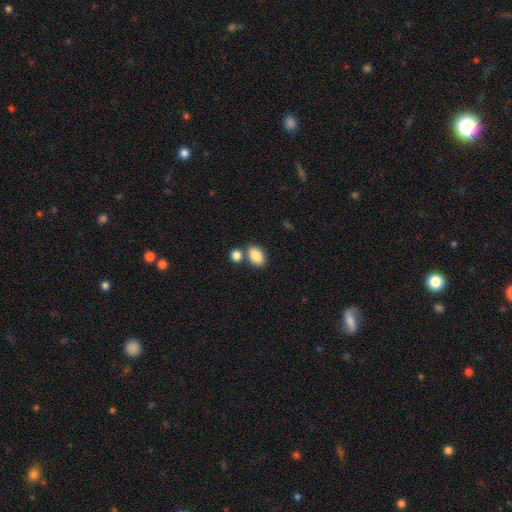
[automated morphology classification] Smooth or featured? smooth (87%)
How rounded? in between (88%)
Merging? none (65%)